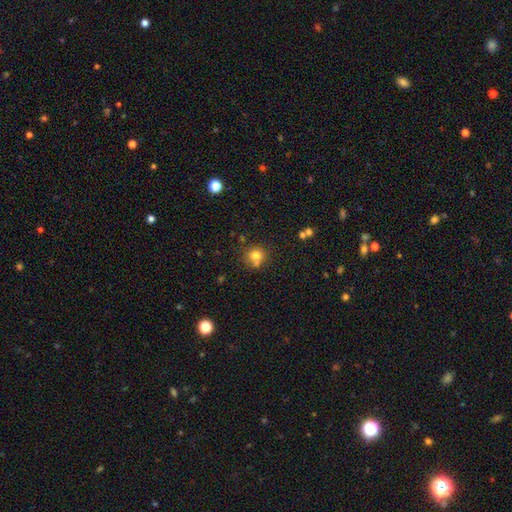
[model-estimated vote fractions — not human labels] Morphology: type=smooth (77%); roundness=round (86%); merging=none (61%).